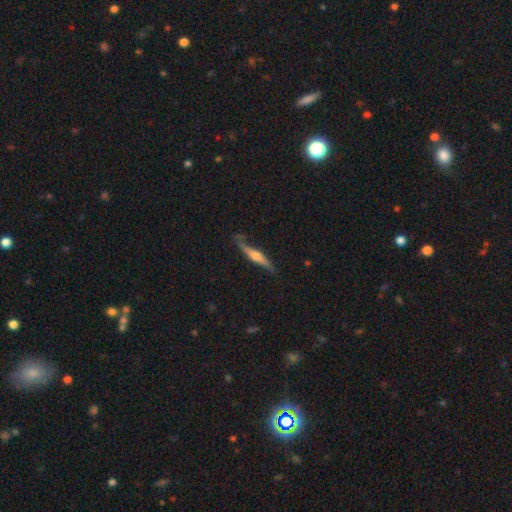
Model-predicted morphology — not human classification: The model was most divided on "smooth or featured": featured or disk: 67%, smooth: 28%, star or artifact: 5%. More confident: edge-on disk — yes (91%); edge-on bulge — rounded (86%); merging — none (70%).